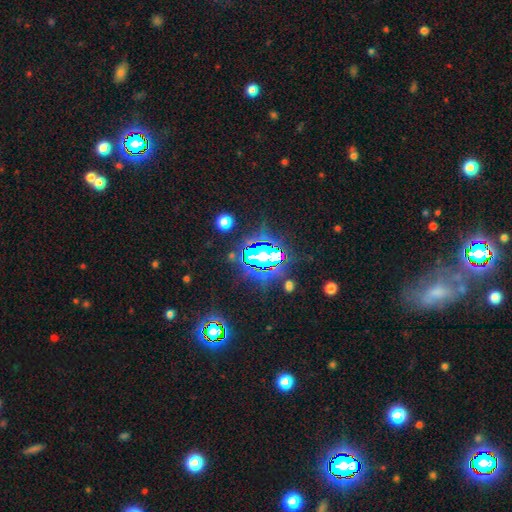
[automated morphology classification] A star or artifact, not a galaxy (80%).